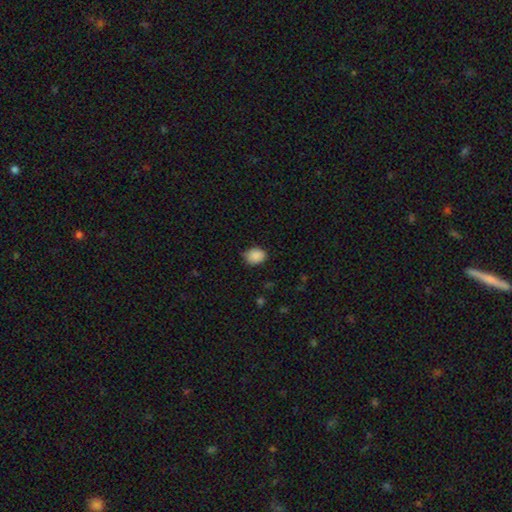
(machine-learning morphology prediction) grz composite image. It shows a smooth galaxy with no disk features (88%) that is in between round and cigar-shaped (51%). Merging: none (74%).